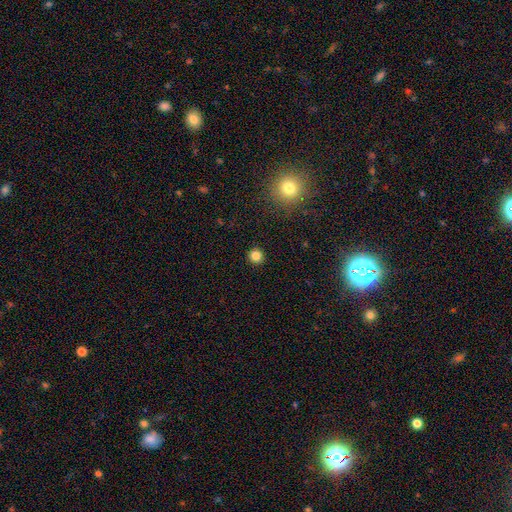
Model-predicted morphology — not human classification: smooth-or-featured: smooth: 83% | star or artifact: 13% | featured or disk: 4%
  how-rounded: round: 94% | in between: 5% | cigar-shaped: 1%
  merging: none: 93% | minor disturbance: 4% | major disturbance: 2% | merger: 1%